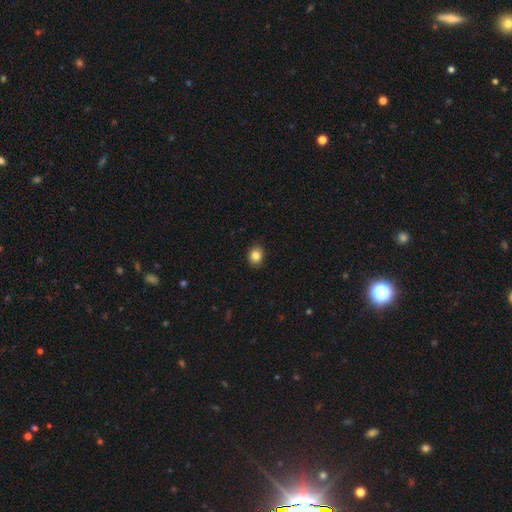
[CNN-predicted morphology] Overall: smooth (84%). How rounded: round (52%; in between 47%). Merging: none (88%).